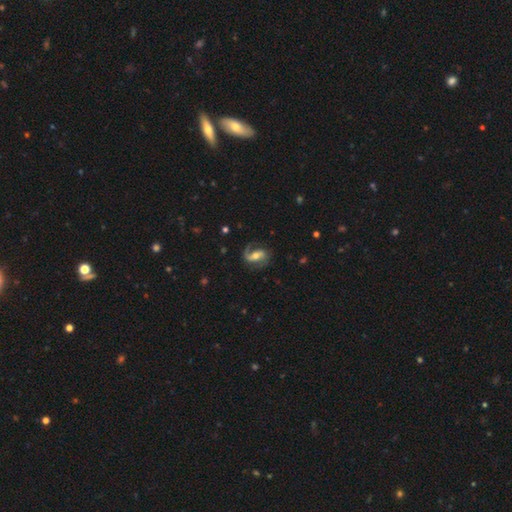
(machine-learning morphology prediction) Smooth or featured: featured or disk — 82% (smooth — 12%)
Edge-on disk: no — 96% (yes — 4%)
Bar: strong — 39% (weak — 38%)
Spiral arms: yes — 94% (no — 6%)
Spiral winding: medium — 47% (loose — 35%)
Spiral arm count: 2 — 73% (1 — 21%)
Bulge size: moderate — 62% (small — 28%)
Merging: none — 70% (minor disturbance — 16%)